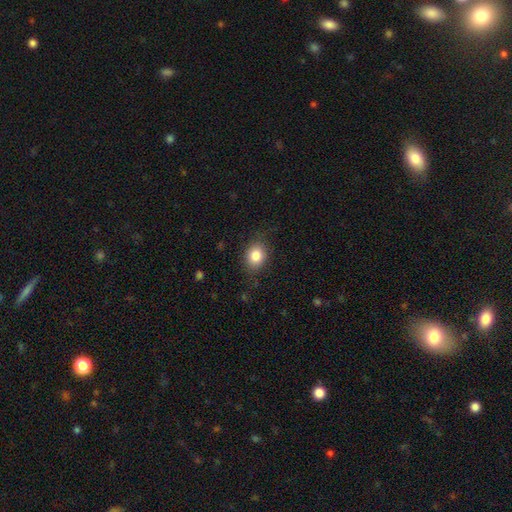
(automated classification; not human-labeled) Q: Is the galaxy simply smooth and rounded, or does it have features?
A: smooth — 83%.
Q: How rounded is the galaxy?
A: round — 50%.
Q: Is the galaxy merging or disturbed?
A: none — 80%.